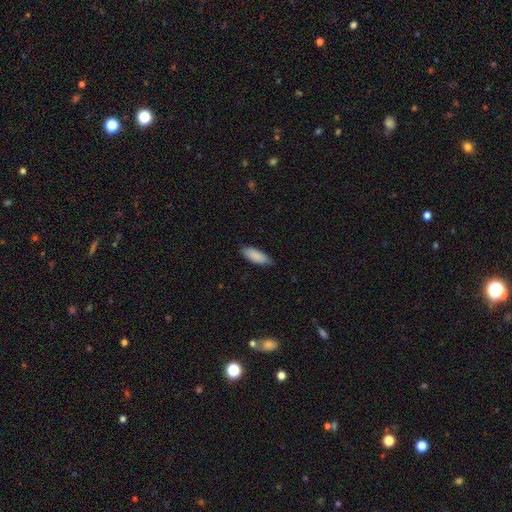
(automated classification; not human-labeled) This is clearly a smooth galaxy (88%). How rounded: likely in between (74%). Merging: likely none (77%).